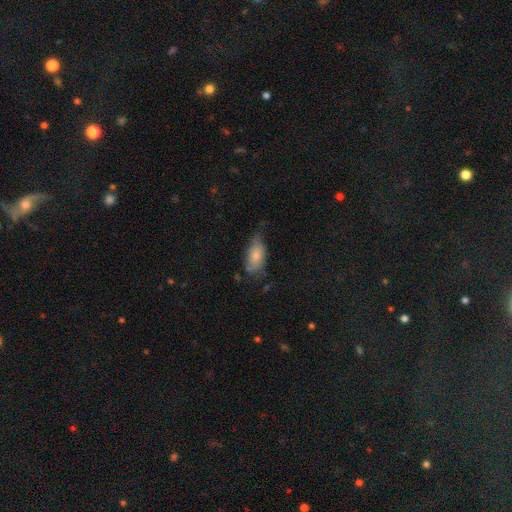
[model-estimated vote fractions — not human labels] Overall: smooth (72%). How rounded: in between (91%). Merging: none (45%; minor disturbance 40%).